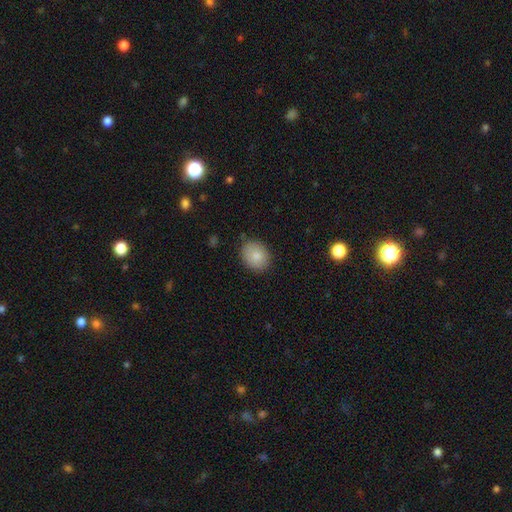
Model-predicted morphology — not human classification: Q: Smooth or featured?
A: smooth (84%); runner-up: featured or disk (9%)
Q: How rounded?
A: round (52%); runner-up: in between (47%)
Q: Merging?
A: none (84%); runner-up: minor disturbance (12%)